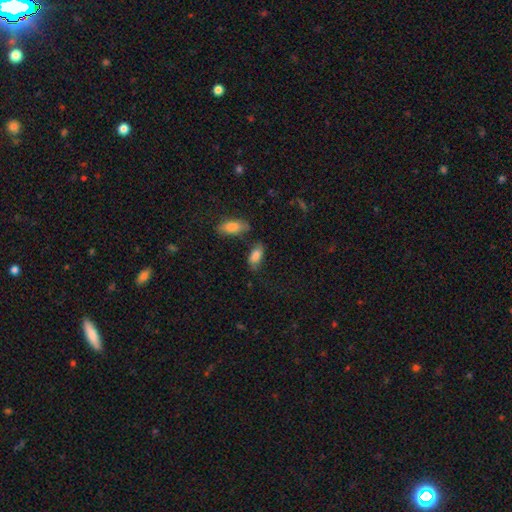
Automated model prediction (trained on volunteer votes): Morphology: type=smooth (80%); roundness=in between (89%); merging=none (60%).